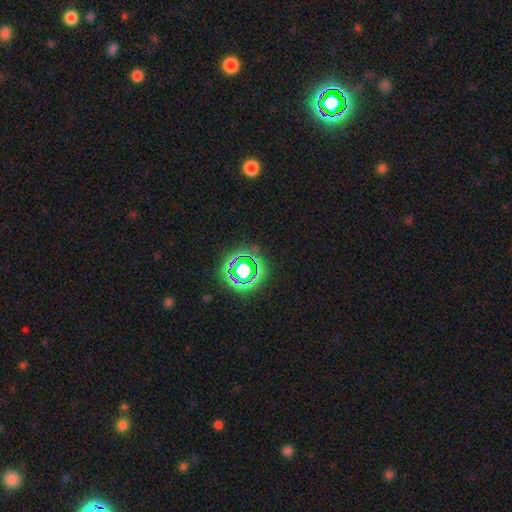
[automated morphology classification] A star or artifact, not a galaxy (79%).